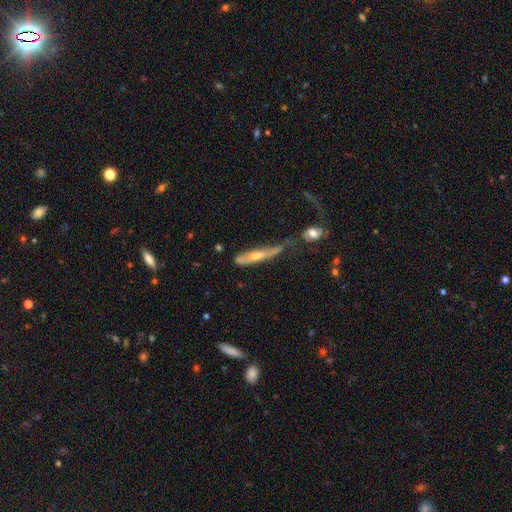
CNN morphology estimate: type=featured or disk (51%); edge-on=yes (71%); merging=none (34%).